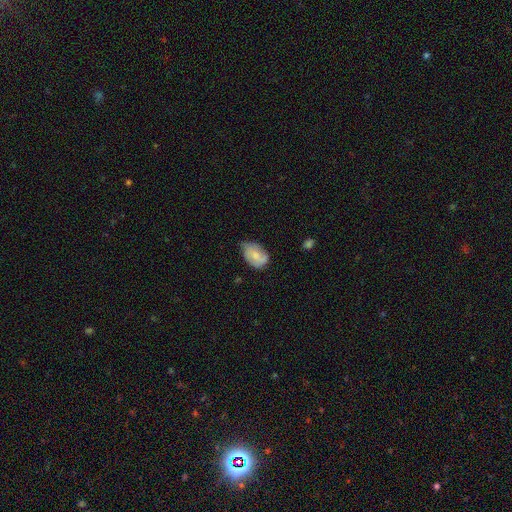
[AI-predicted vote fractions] Smooth or featured? Predicted: smooth (p=0.59). How rounded? Predicted: in between (p=0.84). Merging? Predicted: none (p=0.48).